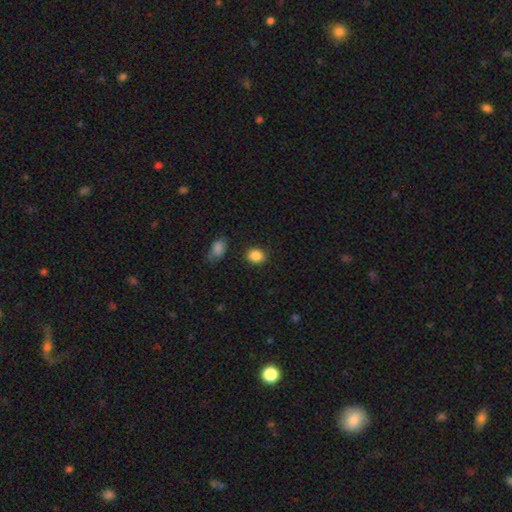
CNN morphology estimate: This appears to be a smooth galaxy with no disk features (87%) that is round (59%). Merging: none (84%).